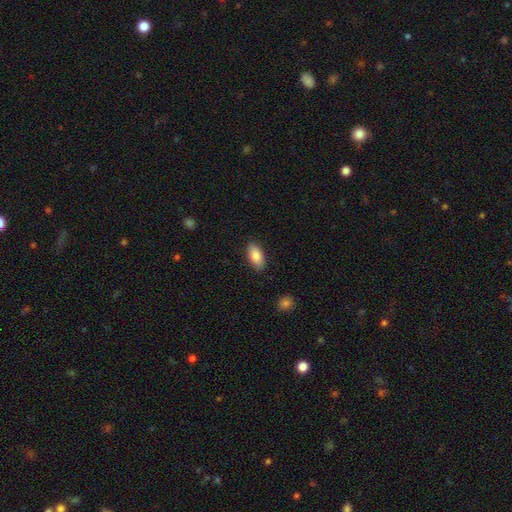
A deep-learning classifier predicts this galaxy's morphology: This is clearly a smooth galaxy (85%). How rounded: clearly in between (90%). Merging: clearly none (87%).